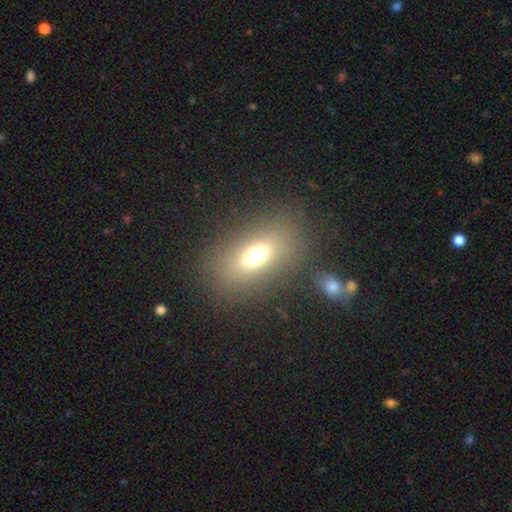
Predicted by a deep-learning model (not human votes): This is likely a smooth galaxy (65%). How rounded: likely in between (78%). Merging: likely none (80%).